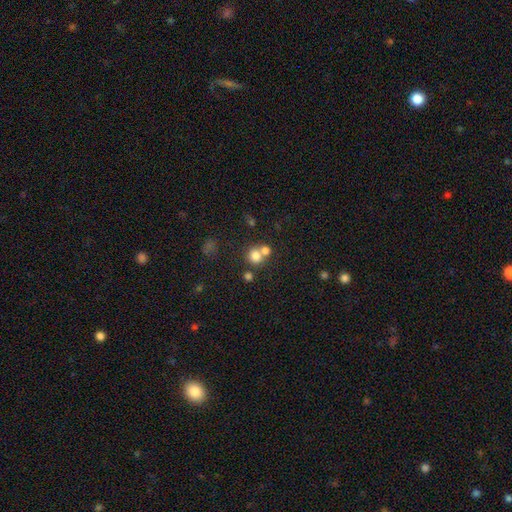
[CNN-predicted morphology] A smooth galaxy with no disk features (77%) that is round (85%). Merging: none (49%).